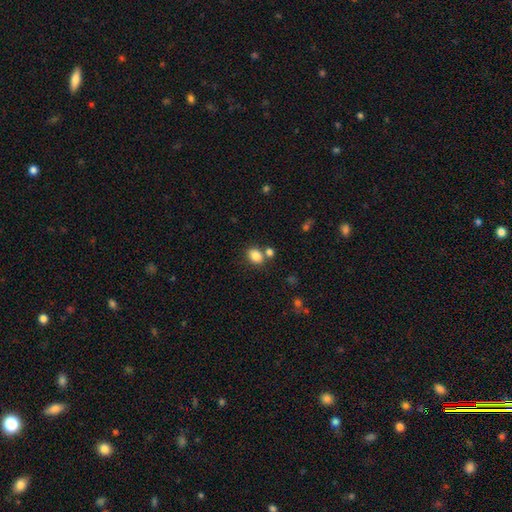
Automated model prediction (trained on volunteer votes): Smooth or featured: smooth — 85% (star or artifact — 10%)
How rounded: in between — 57% (round — 42%)
Merging: none — 66% (merger — 20%)